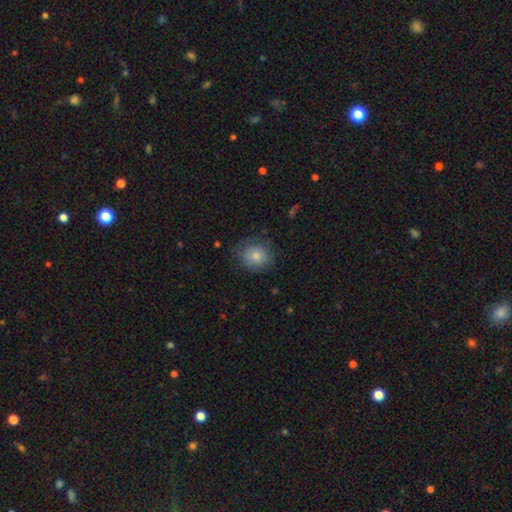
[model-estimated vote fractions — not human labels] Morphology: type=smooth (82%); roundness=round (81%); merging=none (75%).